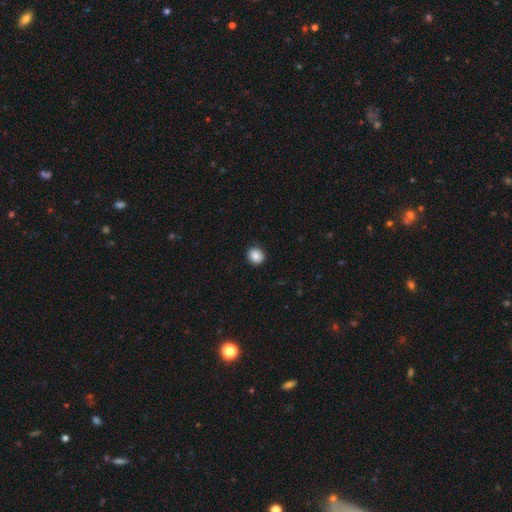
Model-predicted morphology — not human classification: A smooth galaxy with no disk features (87%) that is round (83%). Merging: none (90%).